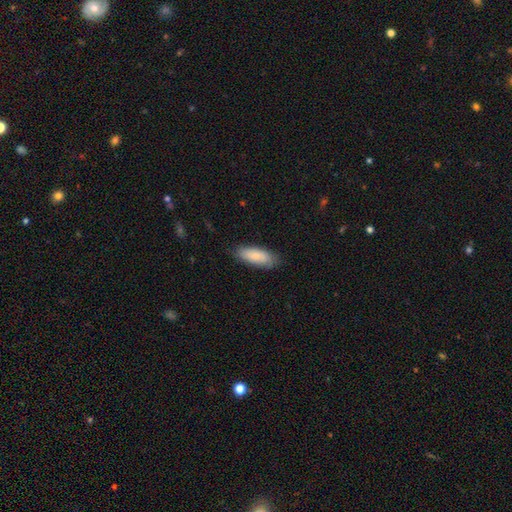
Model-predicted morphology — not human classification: smooth 80%, featured or disk 14%, star or artifact 6%. Down the decision tree: how rounded — in between (75%); merging — none (78%).